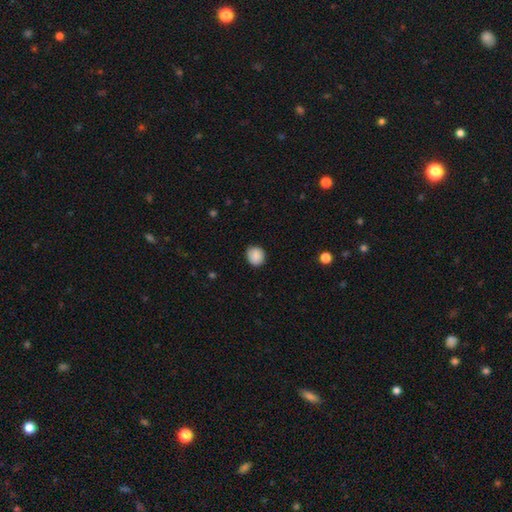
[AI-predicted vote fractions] A smooth galaxy with no disk features (87%) that is round (82%). Merging: none (86%).